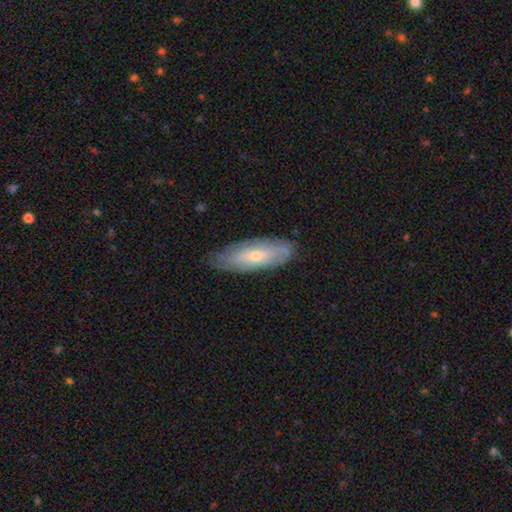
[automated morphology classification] Smooth or featured: featured or disk — 48% (smooth — 45%)
Merging: none — 75% (minor disturbance — 20%)